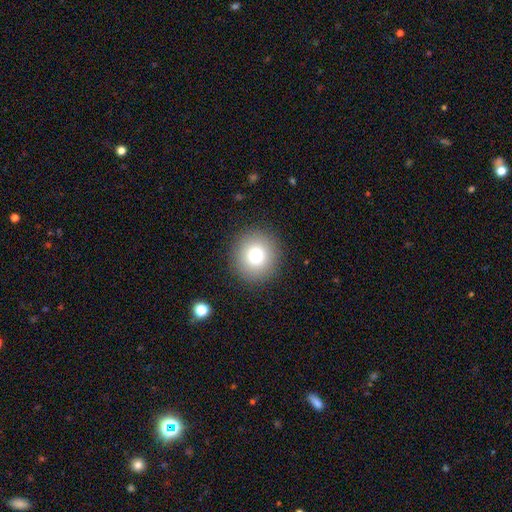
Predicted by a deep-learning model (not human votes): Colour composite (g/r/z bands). It shows a smooth galaxy with no disk features (79%) that is round (92%). Merging: none (90%).